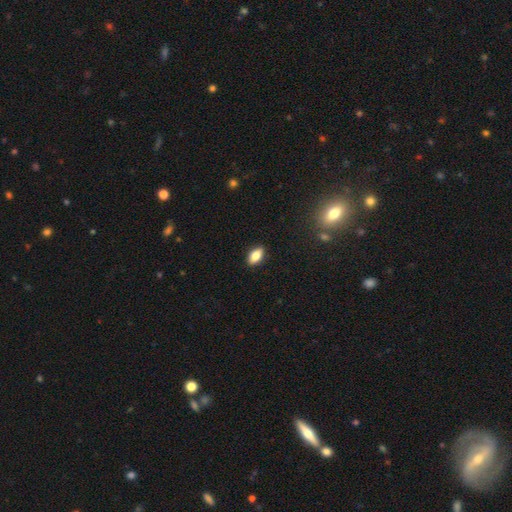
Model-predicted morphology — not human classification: The model was most divided on "smooth or featured": smooth: 79%, featured or disk: 13%, star or artifact: 8%. More confident: merging — none (89%); how rounded — in between (88%).